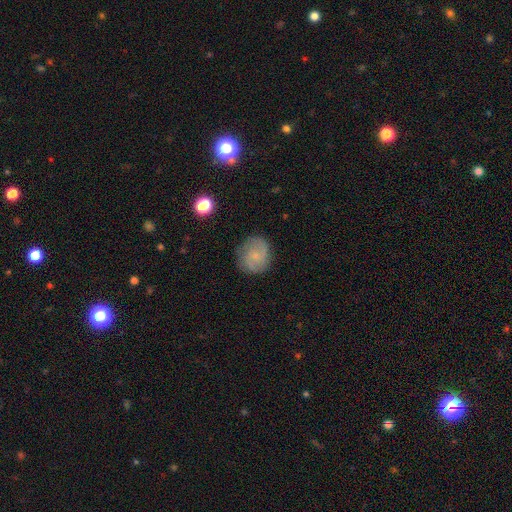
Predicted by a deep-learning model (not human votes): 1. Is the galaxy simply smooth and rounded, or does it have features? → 57% featured or disk, 34% smooth, 9% star or artifact.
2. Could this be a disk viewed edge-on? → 98% no, 2% yes.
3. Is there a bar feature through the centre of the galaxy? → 64% no, 32% weak, 4% strong.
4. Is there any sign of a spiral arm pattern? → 91% yes, 9% no.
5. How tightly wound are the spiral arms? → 46% medium, 34% tight, 20% loose.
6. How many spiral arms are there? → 63% 2, 18% can't tell, 10% 3, 4% 1, 3% 4, 3% more than 4.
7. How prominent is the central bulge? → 69% small, 16% none, 13% moderate, 1% large, 1% dominant.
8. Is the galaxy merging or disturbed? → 79% none, 15% minor disturbance, 5% major disturbance, 1% merger.